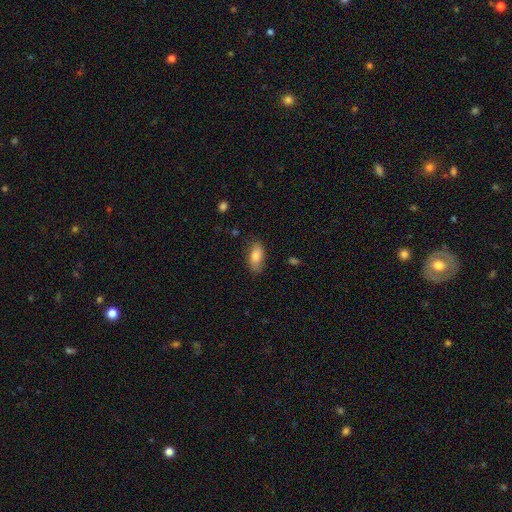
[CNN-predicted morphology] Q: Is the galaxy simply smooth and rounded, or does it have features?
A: smooth — 81%.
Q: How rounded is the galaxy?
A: in between — 89%.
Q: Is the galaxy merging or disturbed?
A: none — 78%.